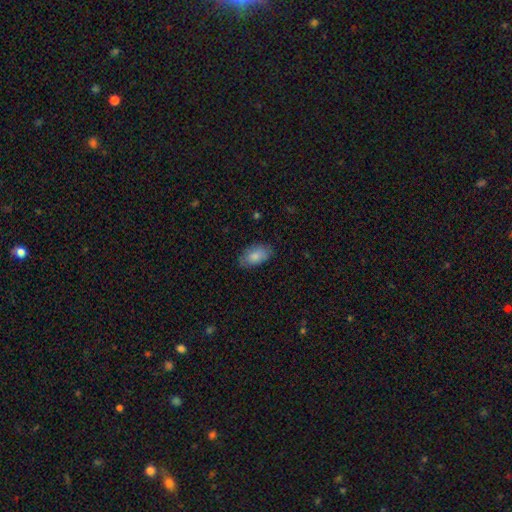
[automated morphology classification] Smooth or featured? Predicted: smooth (p=0.84). How rounded? Predicted: in between (p=0.93). Merging? Predicted: none (p=0.77).